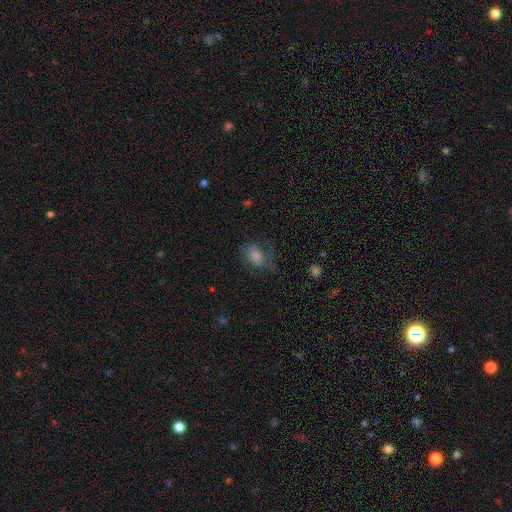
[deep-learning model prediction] A smooth galaxy with no disk features (44%).

Vote fractions:
- Smooth or featured? smooth: 44% / featured or disk: 41% / star or artifact: 15%
- Merging? none: 55% / minor disturbance: 22% / major disturbance: 21% / merger: 2%